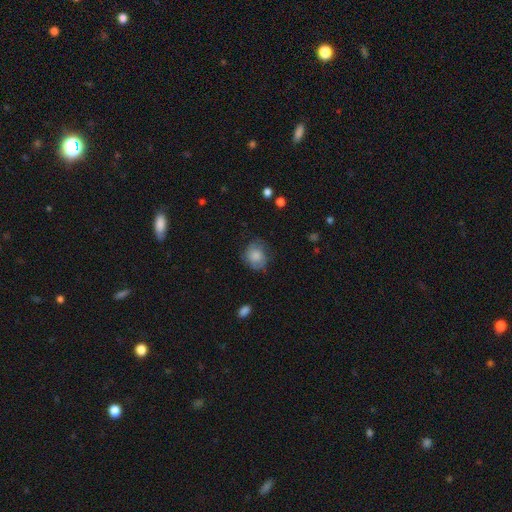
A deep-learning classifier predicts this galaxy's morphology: smooth-or-featured: smooth: 75% | featured or disk: 18% | star or artifact: 8%
  how-rounded: round: 68% | in between: 31% | cigar-shaped: 1%
  merging: none: 64% | minor disturbance: 25% | major disturbance: 9% | merger: 1%